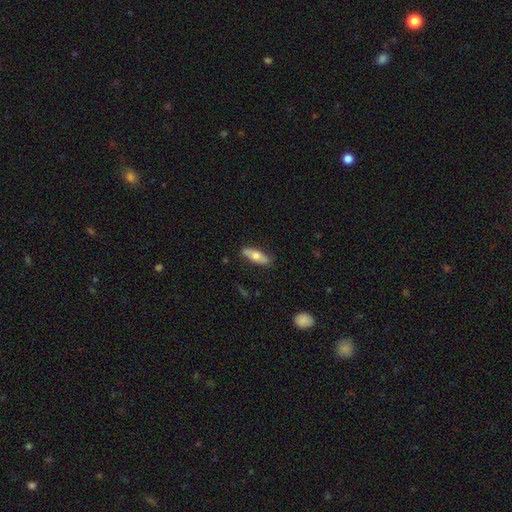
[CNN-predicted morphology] Smooth or featured? smooth (61%)
How rounded? in between (52%)
Merging? none (84%)